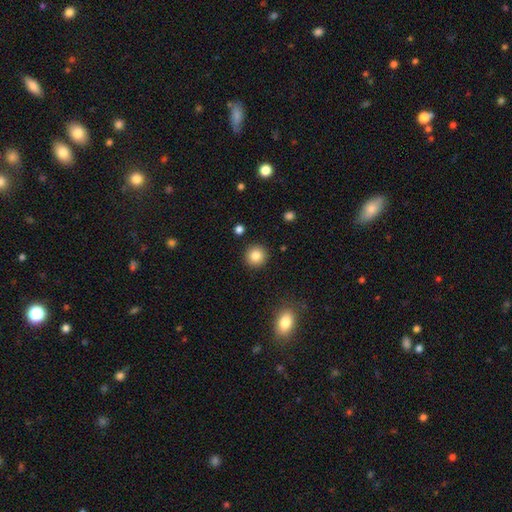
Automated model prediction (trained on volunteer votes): smooth_or_featured: smooth (p=0.84) [alt: star or artifact p=0.10]
how_rounded: round (p=0.94) [alt: in between p=0.05]
merging: none (p=0.91) [alt: minor disturbance p=0.05]